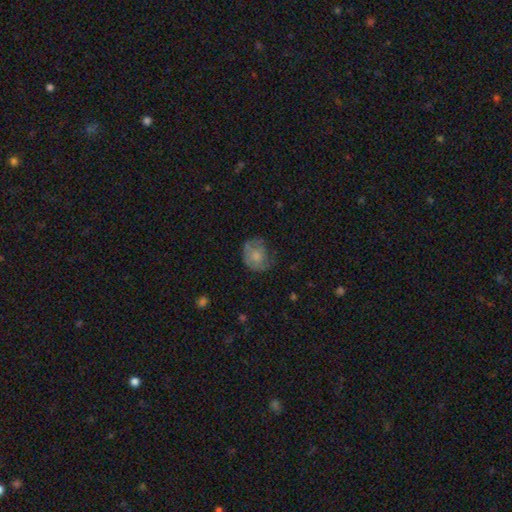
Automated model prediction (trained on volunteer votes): This is likely a smooth galaxy (64%). How rounded: likely round (69%). Merging: possibly none (54%).